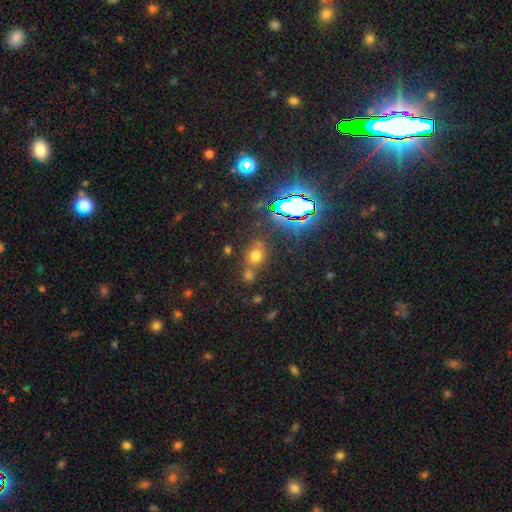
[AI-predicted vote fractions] Overall: smooth (62%; star or artifact 30%). How rounded: round (72%). Merging: none (60%; merger 24%).